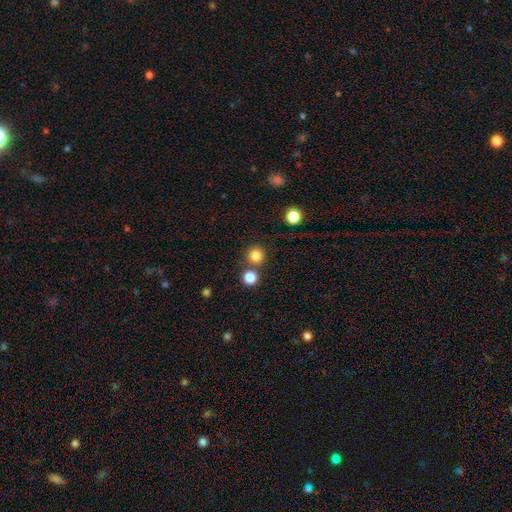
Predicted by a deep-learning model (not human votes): A smooth galaxy with no disk features (82%) that is round (94%). Merging: none (79%).